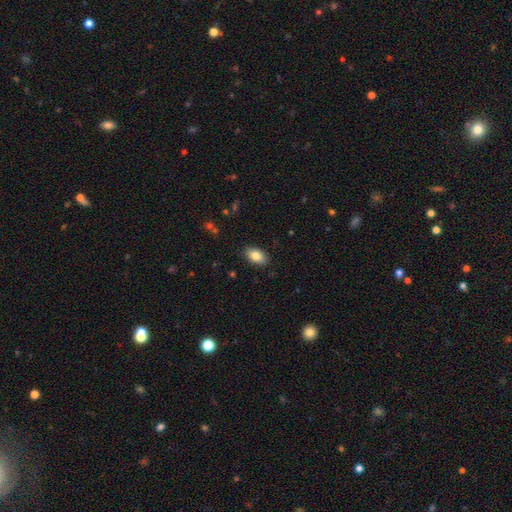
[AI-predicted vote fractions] smooth 83%, featured or disk 9%, star or artifact 7%. Down the decision tree: how rounded — in between (92%); merging — none (88%).